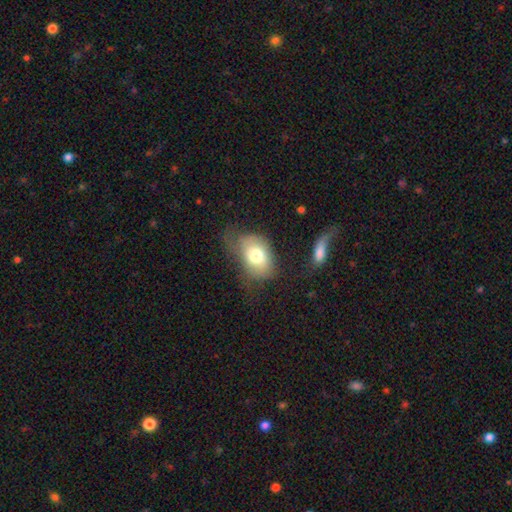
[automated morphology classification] This is likely a smooth galaxy (71%). How rounded: likely in between (78%). Merging: marginally none (41%).